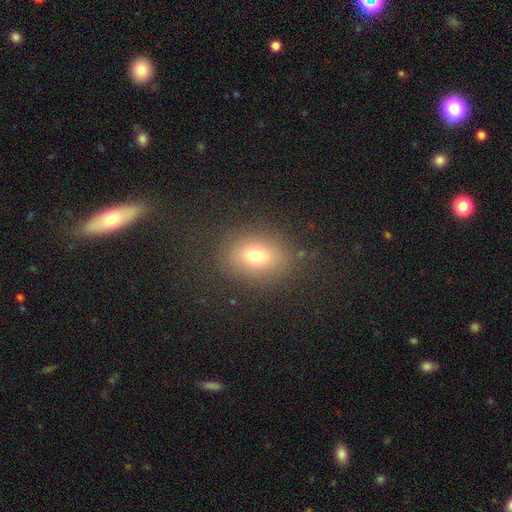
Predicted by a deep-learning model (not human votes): Overall: smooth (73%). How rounded: in between (65%; round 34%). Merging: none (81%).